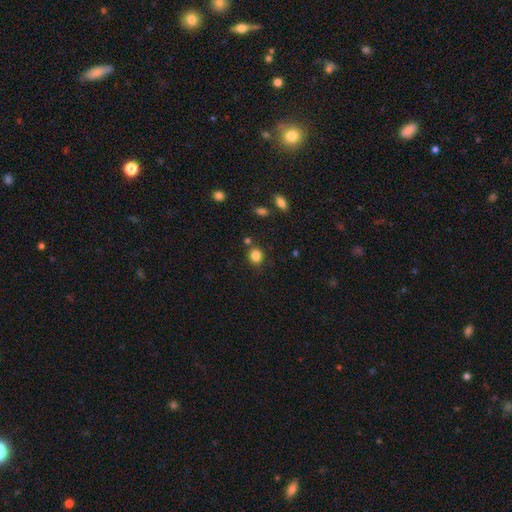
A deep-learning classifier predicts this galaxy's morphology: Smooth or featured?
  - smooth: 84% *
  - star or artifact: 11%
  - featured or disk: 5%
How rounded?
  - round: 73% *
  - in between: 26%
  - cigar-shaped: 1%
Merging?
  - none: 79% *
  - minor disturbance: 11%
  - merger: 7%
  - major disturbance: 3%